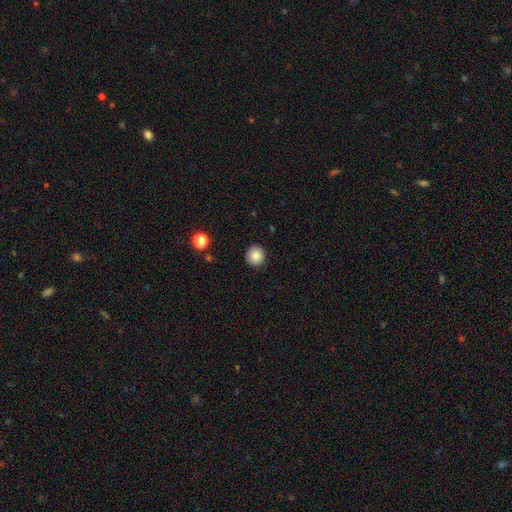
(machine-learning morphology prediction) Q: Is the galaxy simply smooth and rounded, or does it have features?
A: smooth — 85%.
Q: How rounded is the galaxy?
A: round — 94%.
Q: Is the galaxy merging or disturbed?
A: none — 92%.